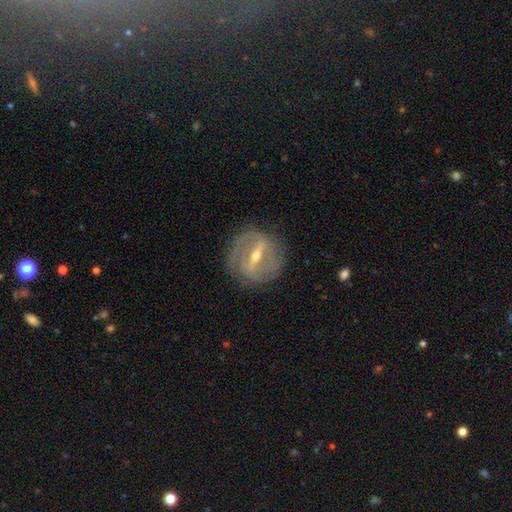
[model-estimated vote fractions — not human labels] smooth-or-featured: featured or disk: 83% | smooth: 11% | star or artifact: 6%
  disk-edge-on: no: 84% | yes: 16%
    bar: strong: 73% | weak: 21% | no: 6%
    has-spiral-arms: yes: 65% | no: 35%
    bulge-size: moderate: 53% | small: 43% | large: 2% | none: 1% | dominant: 1%
  merging: none: 81% | minor disturbance: 12% | major disturbance: 6% | merger: 1%